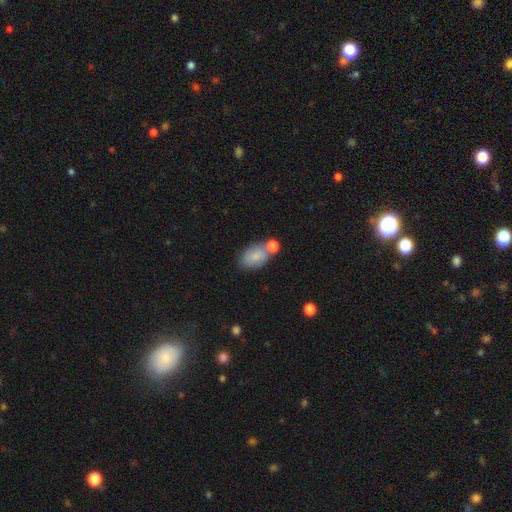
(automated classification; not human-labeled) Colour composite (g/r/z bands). It shows a smooth galaxy with no disk features (79%) that is in between round and cigar-shaped (87%). Merging: none (48%).